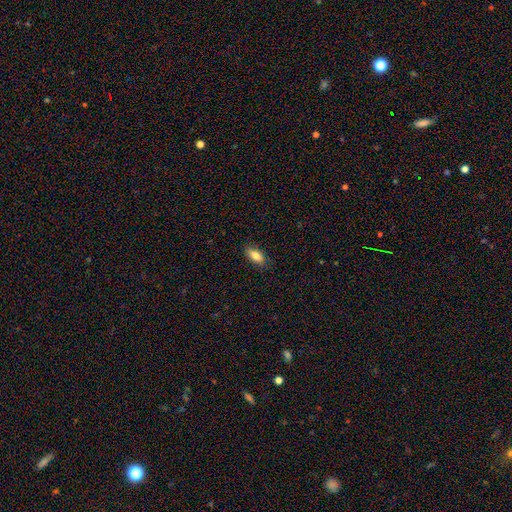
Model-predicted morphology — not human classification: smooth-or-featured: smooth: 82% | featured or disk: 10% | star or artifact: 7%
  how-rounded: in between: 83% | cigar-shaped: 14% | round: 3%
  merging: none: 86% | minor disturbance: 11% | major disturbance: 2% | merger: 1%